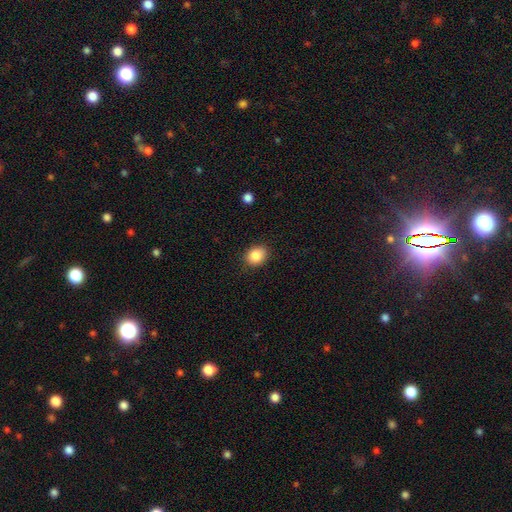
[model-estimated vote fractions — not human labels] The model was most divided on "how rounded": in between: 50%, round: 49%, cigar-shaped: 1%. More confident: merging — none (88%); smooth or featured — smooth (86%).